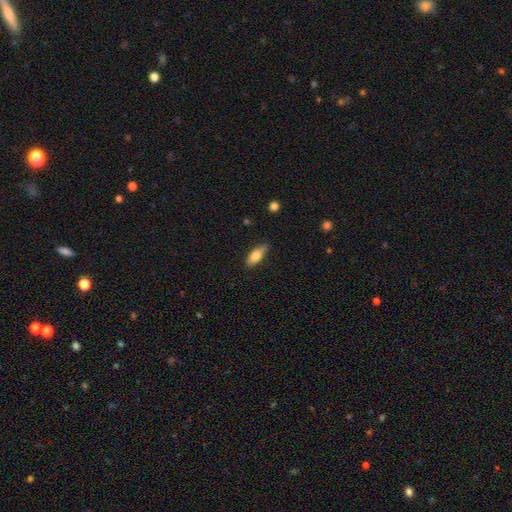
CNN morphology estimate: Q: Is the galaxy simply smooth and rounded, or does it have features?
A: smooth — 77%.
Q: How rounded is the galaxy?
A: in between — 73%.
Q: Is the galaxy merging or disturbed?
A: none — 75%.